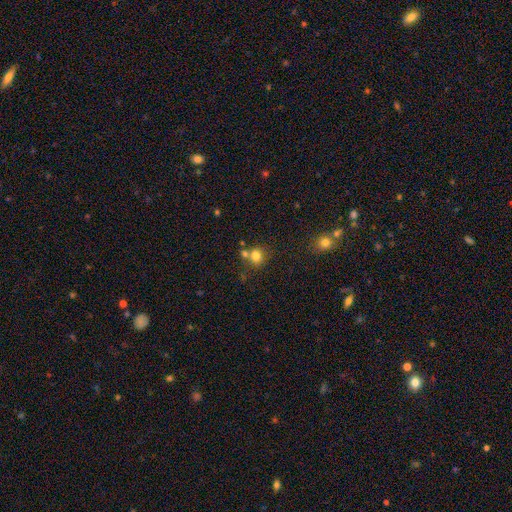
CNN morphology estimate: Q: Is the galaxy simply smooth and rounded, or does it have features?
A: smooth — 79%.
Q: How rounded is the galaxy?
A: round — 73%.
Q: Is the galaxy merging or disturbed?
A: none — 54%.